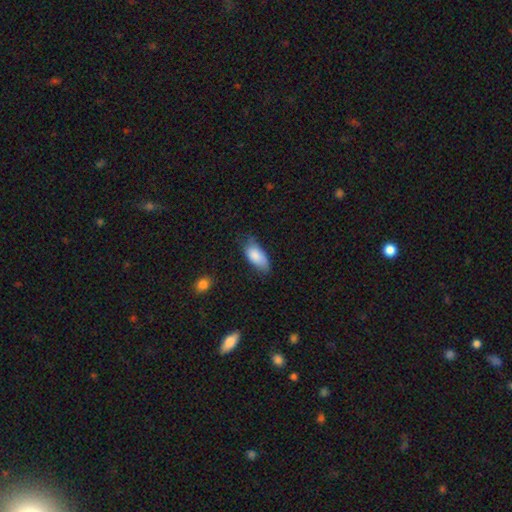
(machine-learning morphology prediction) This is clearly a smooth galaxy (83%). How rounded: clearly in between (89%). Merging: possibly none (52%).